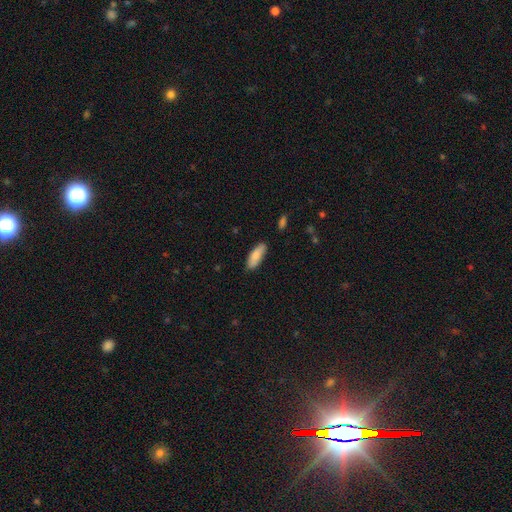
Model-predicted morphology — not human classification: smooth 83%, featured or disk 11%, star or artifact 6%. Down the decision tree: how rounded — in between (64%); merging — none (83%).